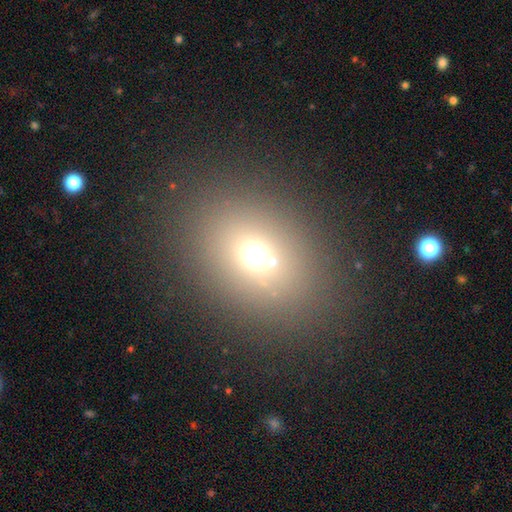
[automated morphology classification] This is likely a smooth galaxy (66%). How rounded: possibly round (52%). Merging: clearly none (83%).